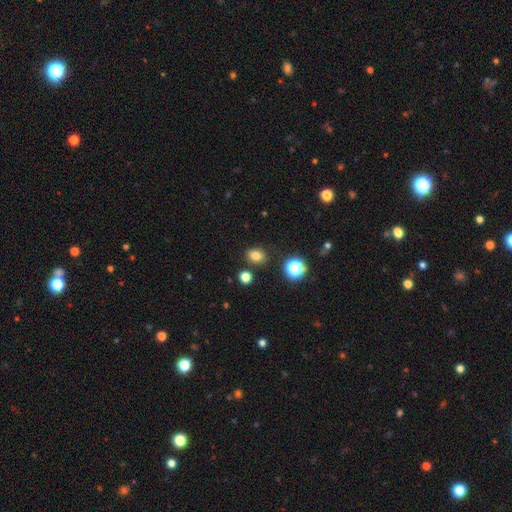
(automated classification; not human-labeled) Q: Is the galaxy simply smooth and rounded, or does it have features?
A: smooth — 79%.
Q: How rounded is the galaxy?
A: in between — 58%.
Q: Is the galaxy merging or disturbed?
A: none — 83%.